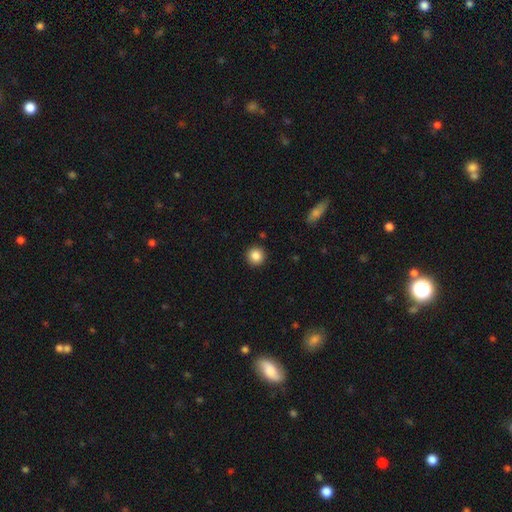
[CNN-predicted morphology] This is clearly a smooth galaxy (87%). How rounded: clearly round (94%). Merging: clearly none (92%).